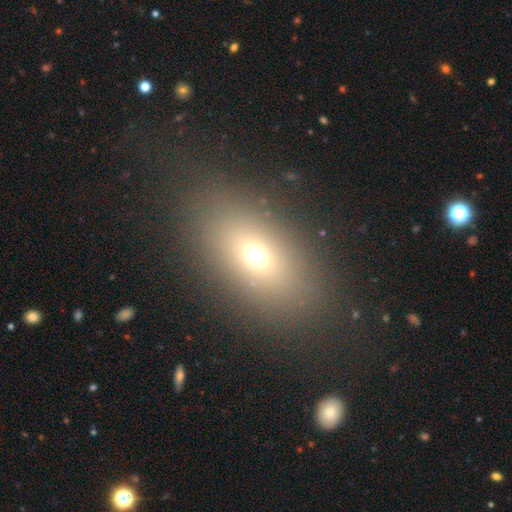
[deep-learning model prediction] smooth-or-featured: smooth: 66% | featured or disk: 18% | star or artifact: 16%
  how-rounded: in between: 81% | round: 14% | cigar-shaped: 5%
  merging: none: 83% | minor disturbance: 9% | major disturbance: 6% | merger: 2%